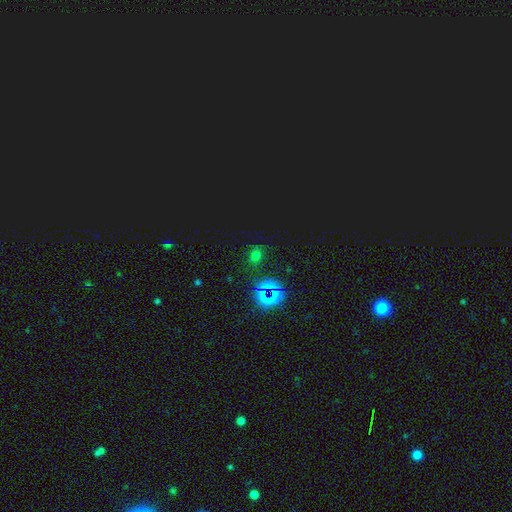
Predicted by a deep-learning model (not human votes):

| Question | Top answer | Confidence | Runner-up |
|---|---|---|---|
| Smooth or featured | star or artifact | 53% | smooth (40%) |